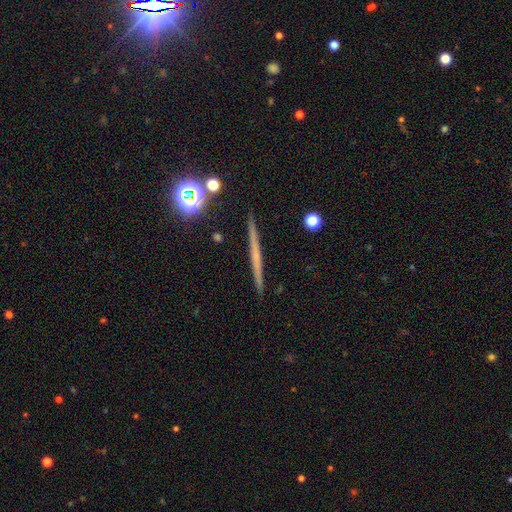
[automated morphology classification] This appears to be a featured or disk galaxy (57%) viewed edge-on (97%) with no central bulge (81%). Merging: none (92%).